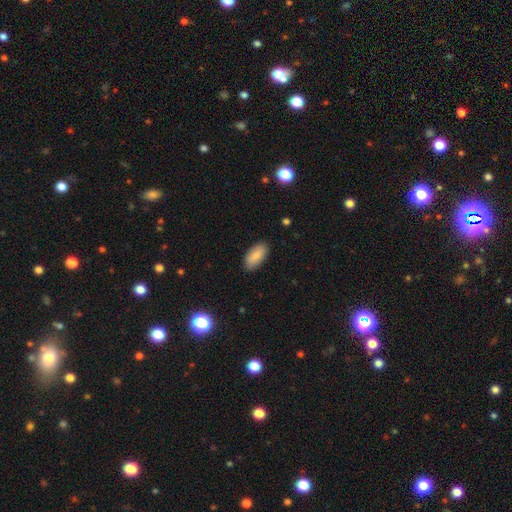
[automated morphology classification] Q: Smooth or featured?
A: smooth (82%); runner-up: featured or disk (10%)
Q: How rounded?
A: in between (92%); runner-up: cigar-shaped (5%)
Q: Merging?
A: none (87%); runner-up: minor disturbance (10%)